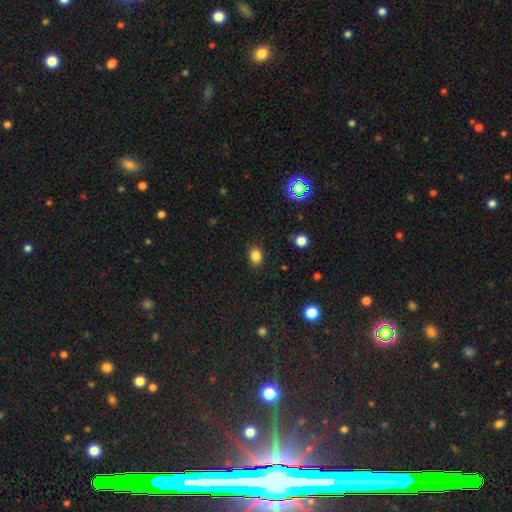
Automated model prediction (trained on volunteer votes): Smooth or featured? Predicted: smooth (p=0.83). How rounded? Predicted: round (p=0.51). Merging? Predicted: none (p=0.84).